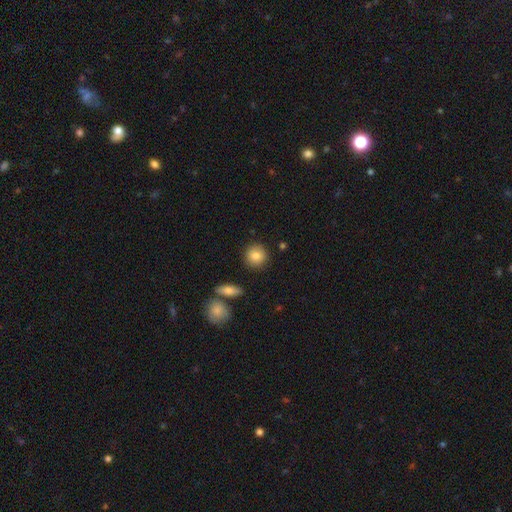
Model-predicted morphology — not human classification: This appears to be a smooth galaxy with no disk features (84%) that is round (90%). Merging: none (88%).